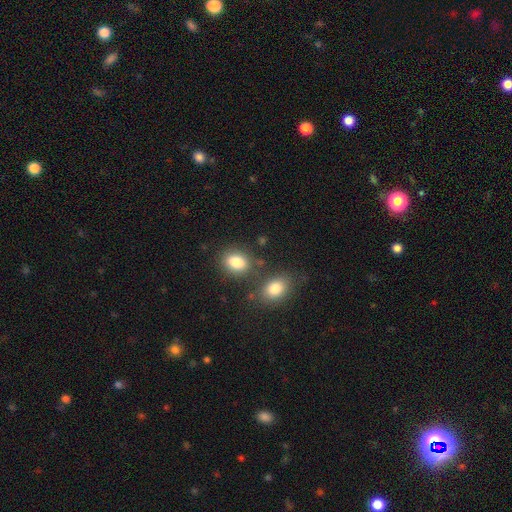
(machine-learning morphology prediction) The model was most divided on "smooth or featured": smooth: 60%, star or artifact: 31%, featured or disk: 9%. More confident: how rounded — round (74%); merging — none (66%).